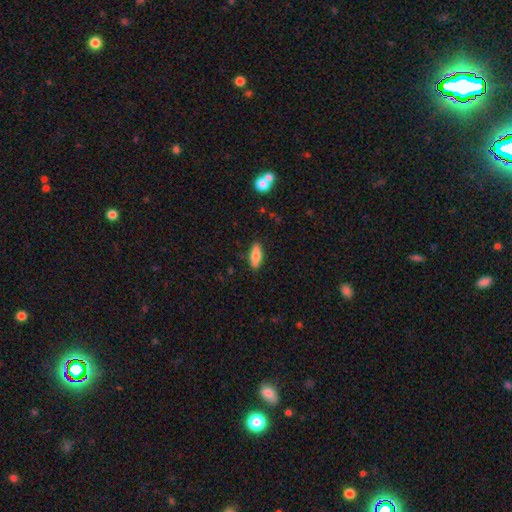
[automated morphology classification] This is likely a smooth galaxy (78%). How rounded: likely in between (70%). Merging: clearly none (87%).